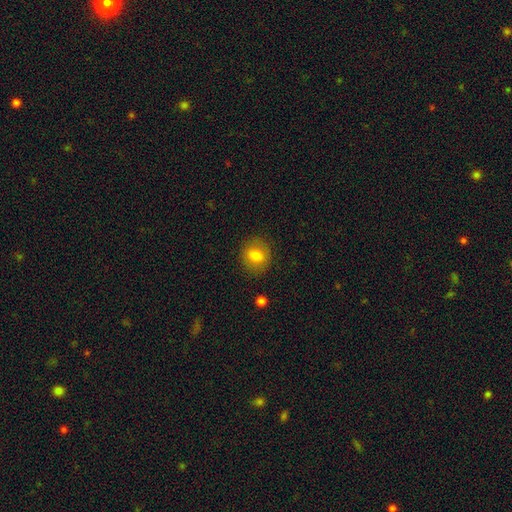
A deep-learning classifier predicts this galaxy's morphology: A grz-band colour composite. It shows a smooth galaxy with no disk features (78%) that is round (72%). Merging: none (86%).